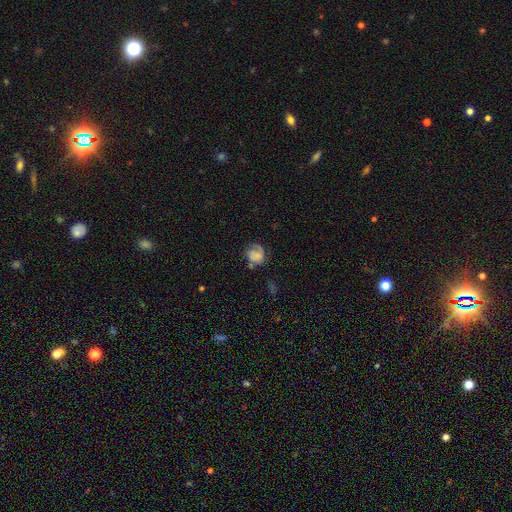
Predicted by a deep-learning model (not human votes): Smooth or featured?
  - smooth: 47% *
  - featured or disk: 42%
  - star or artifact: 11%
Merging?
  - none: 51% *
  - minor disturbance: 24%
  - major disturbance: 17%
  - merger: 8%